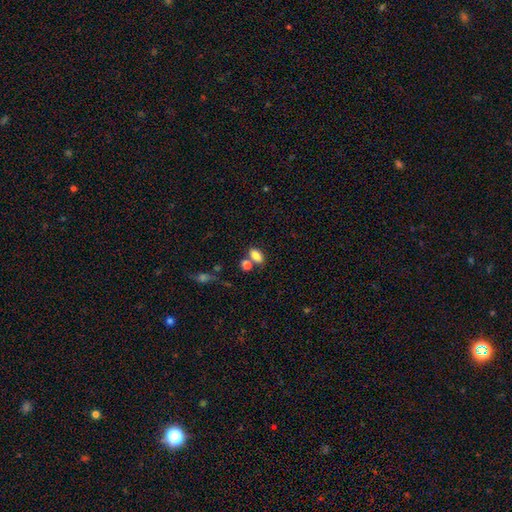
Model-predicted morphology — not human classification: This is clearly a smooth galaxy (82%). How rounded: clearly in between (88%). Merging: possibly none (55%).